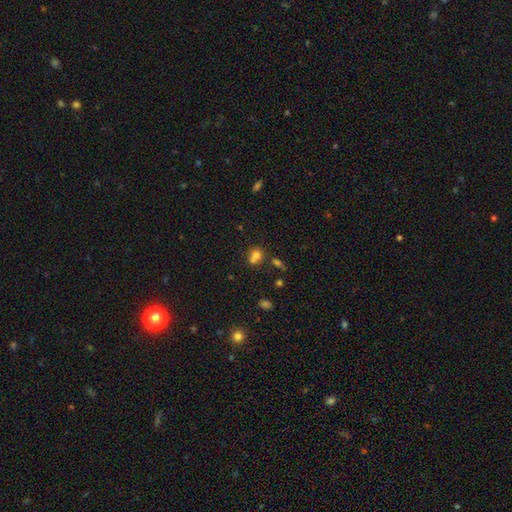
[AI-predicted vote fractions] smooth_or_featured: smooth (p=0.71) [alt: star or artifact p=0.15]
how_rounded: round (p=0.68) [alt: in between p=0.30]
merging: merger (p=0.46) [alt: none p=0.39]